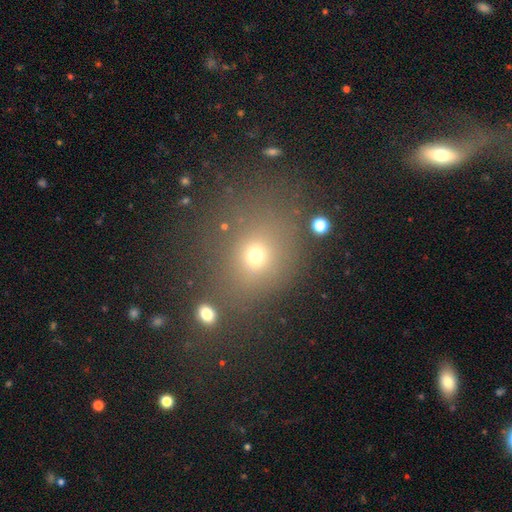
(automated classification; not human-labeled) Smooth or featured? Predicted: smooth (p=0.65). How rounded? Predicted: round (p=0.63). Merging? Predicted: none (p=0.71).